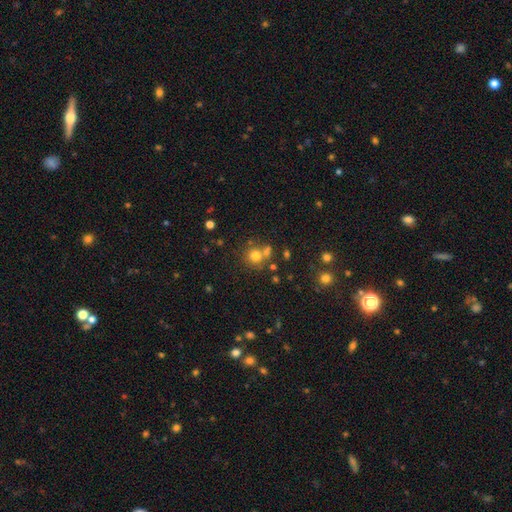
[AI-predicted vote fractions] This appears to be a smooth galaxy with no disk features (74%) that is round (88%). Merging: none (61%).